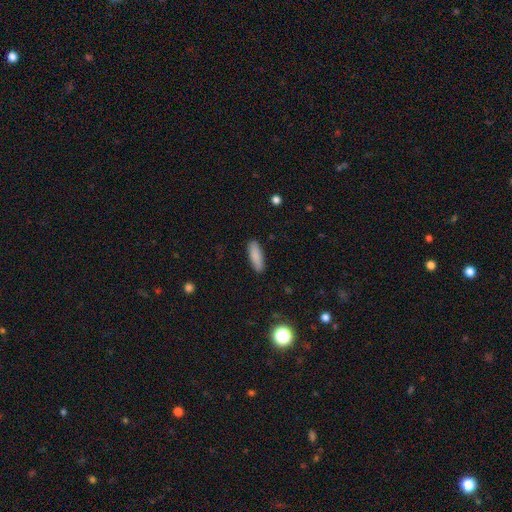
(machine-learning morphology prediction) Smooth or featured? Predicted: smooth (p=0.88). How rounded? Predicted: in between (p=0.54). Merging? Predicted: none (p=0.88).